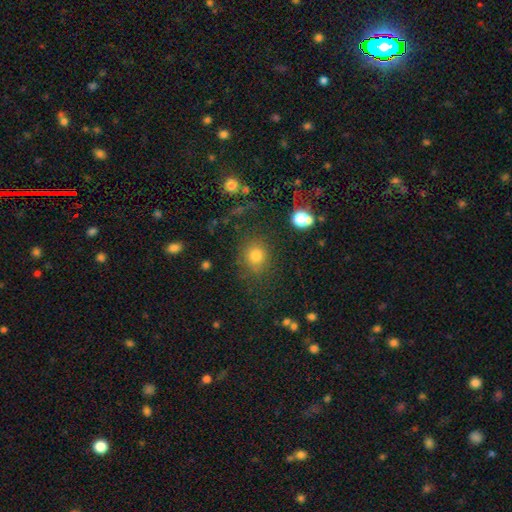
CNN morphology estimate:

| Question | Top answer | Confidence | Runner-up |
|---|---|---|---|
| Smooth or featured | smooth | 76% | star or artifact (16%) |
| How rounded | round | 81% | in between (18%) |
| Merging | none | 79% | minor disturbance (12%) |